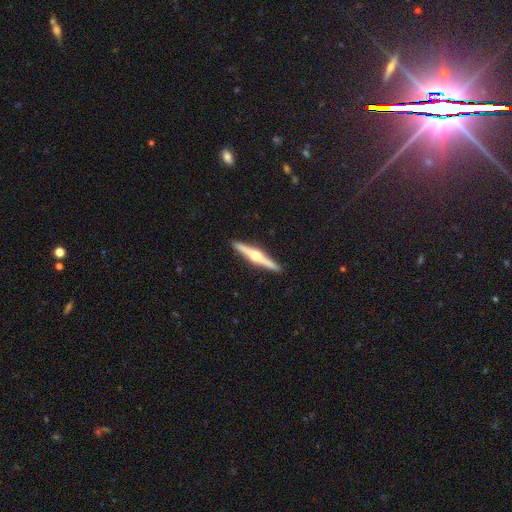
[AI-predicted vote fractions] A featured or disk galaxy (78%) viewed edge-on (99%) with a rounded central bulge (92%). Merging: none (92%).